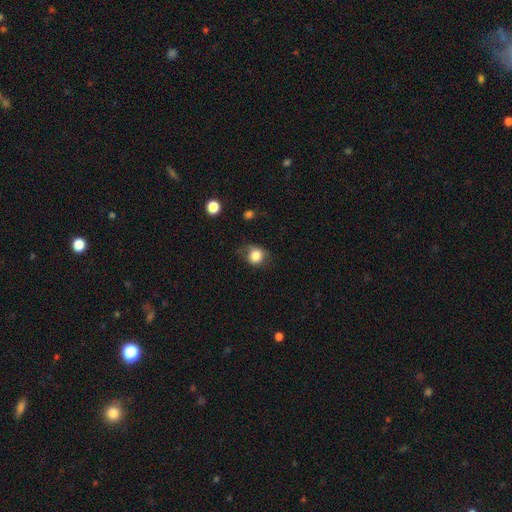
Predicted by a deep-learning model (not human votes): A smooth galaxy with no disk features (83%) that is round (76%).

Vote fractions:
- Smooth or featured? smooth: 83% / star or artifact: 9% / featured or disk: 8%
- How rounded? round: 76% / in between: 23% / cigar-shaped: 1%
- Merging? none: 61% / minor disturbance: 27% / major disturbance: 10% / merger: 2%